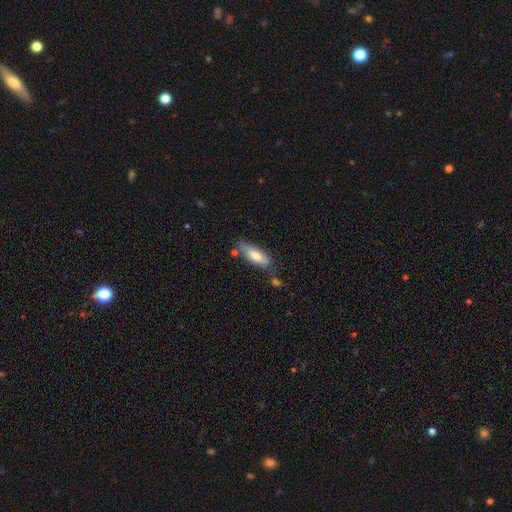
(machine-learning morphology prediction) This is likely a smooth galaxy (71%). How rounded: likely in between (61%). Merging: likely none (66%).